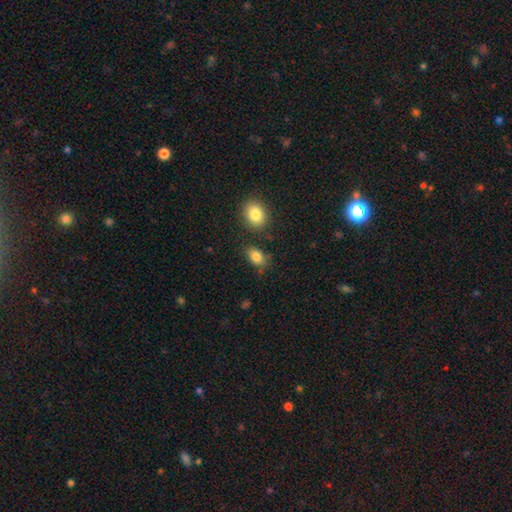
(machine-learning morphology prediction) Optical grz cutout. It shows a smooth galaxy with no disk features (84%) that is in between round and cigar-shaped (84%). Merging: none (74%).